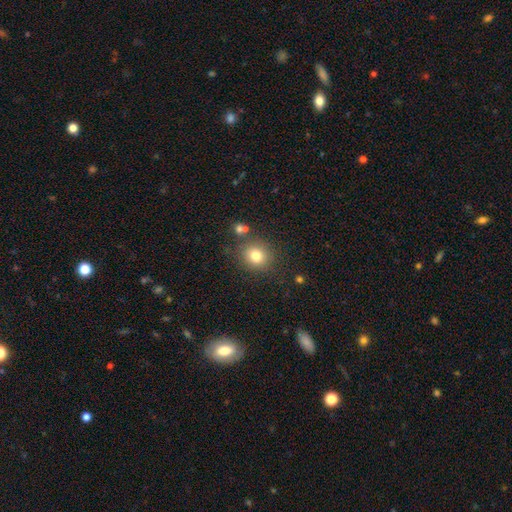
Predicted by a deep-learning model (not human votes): Overall: smooth (78%). How rounded: round (84%). Merging: none (80%).